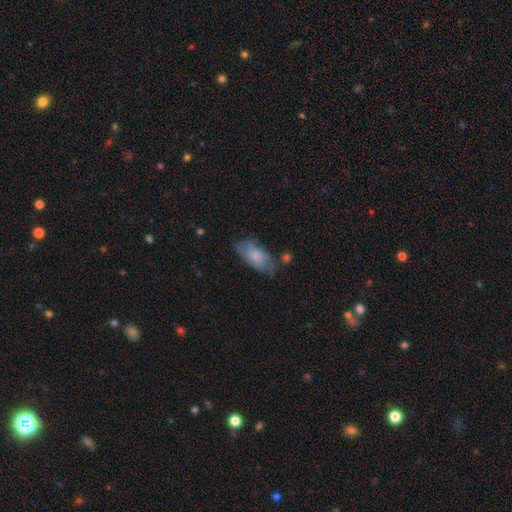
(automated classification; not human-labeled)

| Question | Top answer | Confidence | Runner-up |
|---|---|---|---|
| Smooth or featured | smooth | 71% | featured or disk (23%) |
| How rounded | in between | 89% | cigar-shaped (8%) |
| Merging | none | 58% | minor disturbance (28%) |